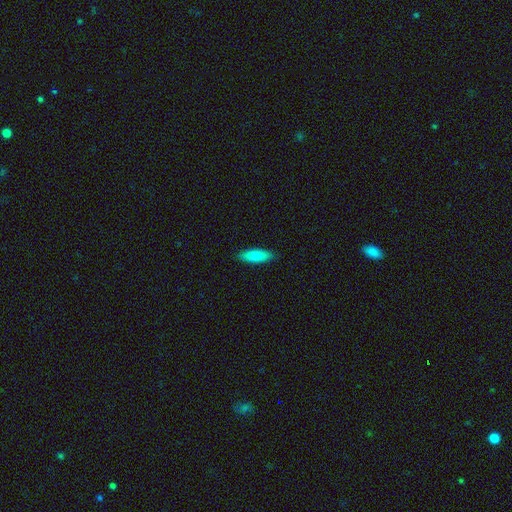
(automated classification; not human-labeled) smooth_or_featured: smooth (p=0.84) [alt: featured or disk p=0.10]
how_rounded: cigar-shaped (p=0.52) [alt: in between p=0.47]
merging: none (p=0.89) [alt: minor disturbance p=0.08]